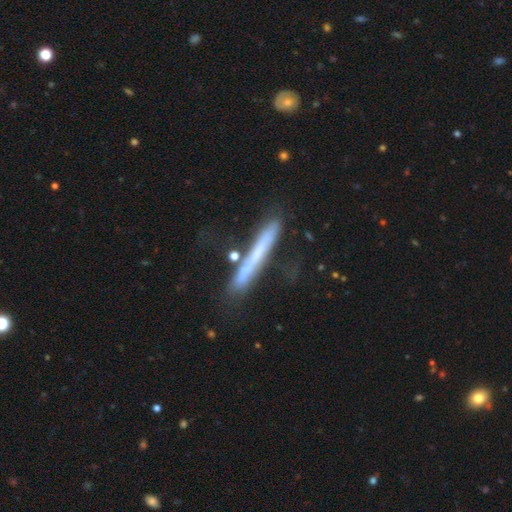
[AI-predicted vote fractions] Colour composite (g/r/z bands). It shows a smooth galaxy with no disk features (49%). Merging: none (76%).